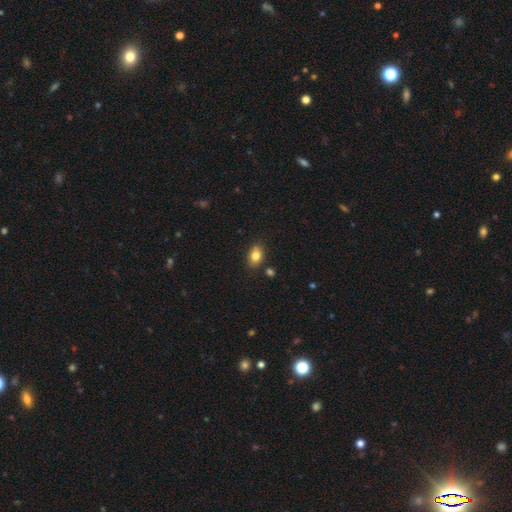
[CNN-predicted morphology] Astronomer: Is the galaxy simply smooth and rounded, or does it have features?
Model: smooth — 81%.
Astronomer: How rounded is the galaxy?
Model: in between — 81%.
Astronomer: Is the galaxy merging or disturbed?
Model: none — 83%.